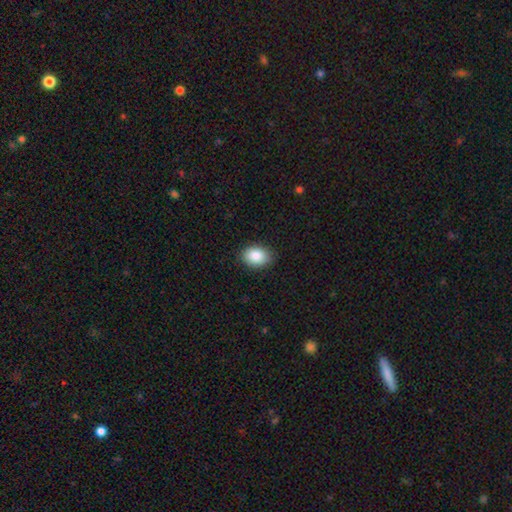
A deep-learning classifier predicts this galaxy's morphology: This is clearly a smooth galaxy (88%). How rounded: likely in between (72%). Merging: clearly none (88%).